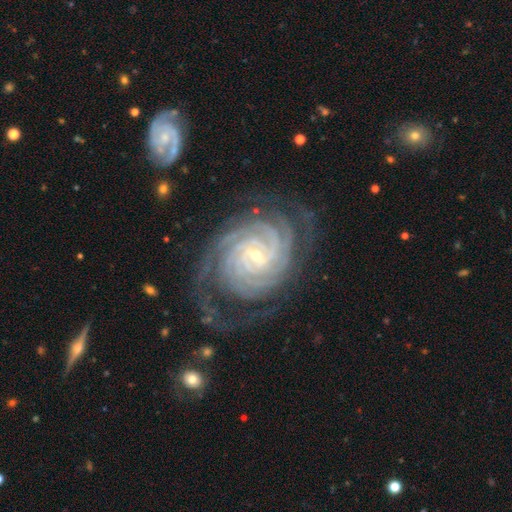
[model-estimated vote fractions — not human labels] featured or disk 93%, star or artifact 4%, smooth 3%. Down the decision tree: edge-on disk — no (98%); bar — weak (44%); spiral arms — yes (99%); spiral arm count — 4 (34%); spiral winding — tight (86%); bulge size — small (73%); merging — none (71%).